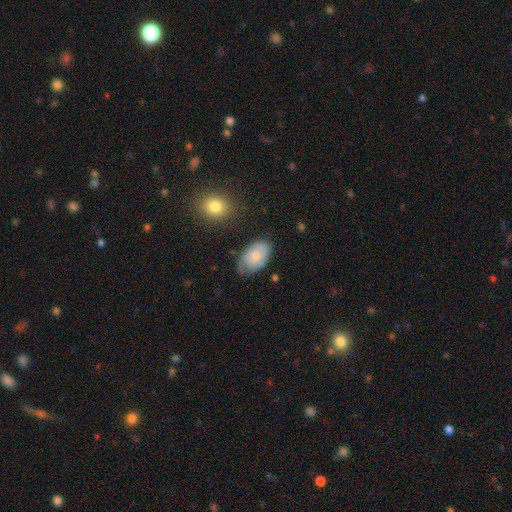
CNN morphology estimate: type=smooth (68%); roundness=in between (90%); merging=none (59%).